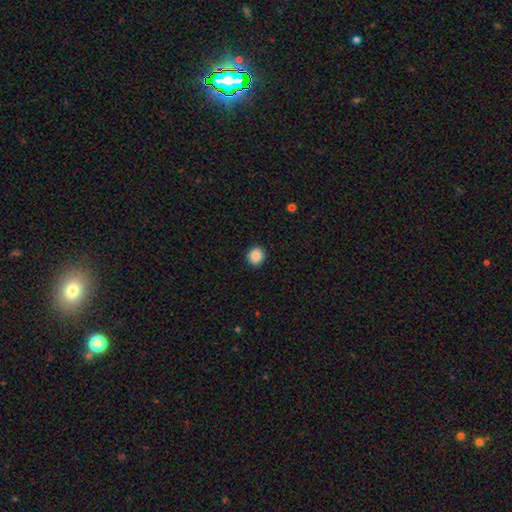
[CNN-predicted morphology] type=smooth (88%); roundness=round (90%); merging=none (92%).